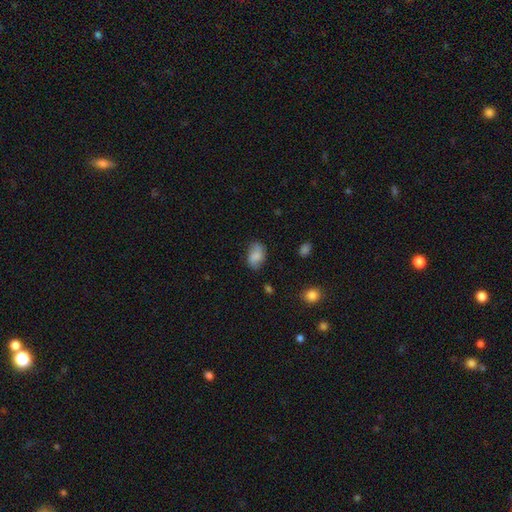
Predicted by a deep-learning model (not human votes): Smooth or featured: smooth — 74% (featured or disk — 17%)
How rounded: in between — 86% (round — 13%)
Merging: none — 72% (minor disturbance — 22%)